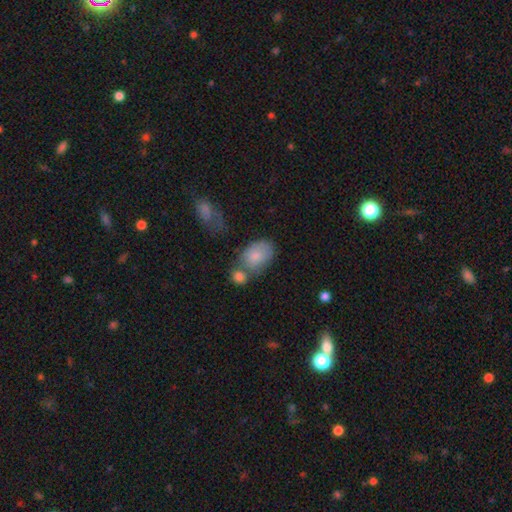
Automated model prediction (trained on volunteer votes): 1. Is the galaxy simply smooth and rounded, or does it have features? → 80% smooth, 13% featured or disk, 7% star or artifact.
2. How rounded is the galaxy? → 86% in between, 13% round, 1% cigar-shaped.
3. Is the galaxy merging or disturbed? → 45% none, 27% merger, 20% minor disturbance, 8% major disturbance.